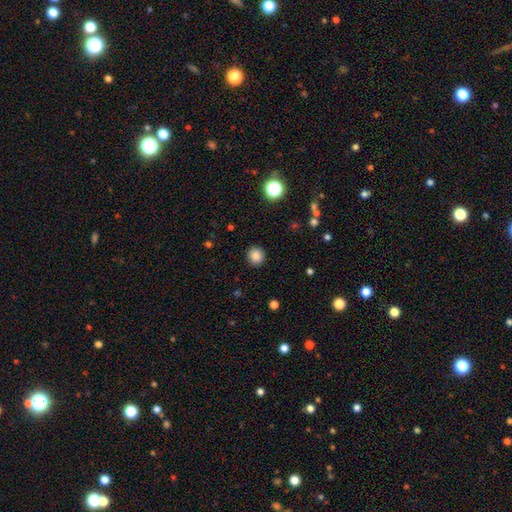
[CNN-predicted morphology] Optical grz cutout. It shows a smooth galaxy with no disk features (85%) that is round (89%). Merging: none (91%).